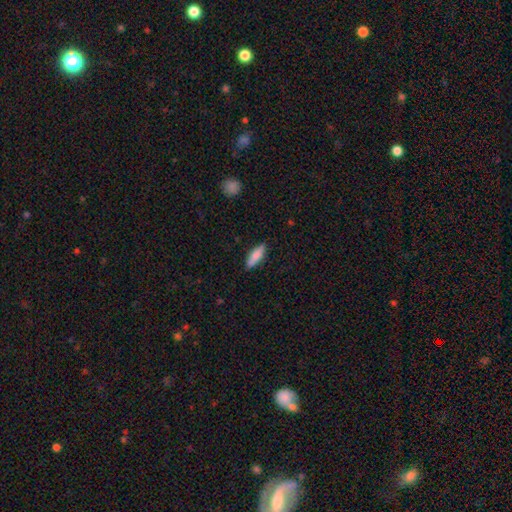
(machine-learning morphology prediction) Smooth or featured: smooth — 78% (featured or disk — 17%)
How rounded: cigar-shaped — 54% (in between — 44%)
Merging: none — 85% (minor disturbance — 12%)